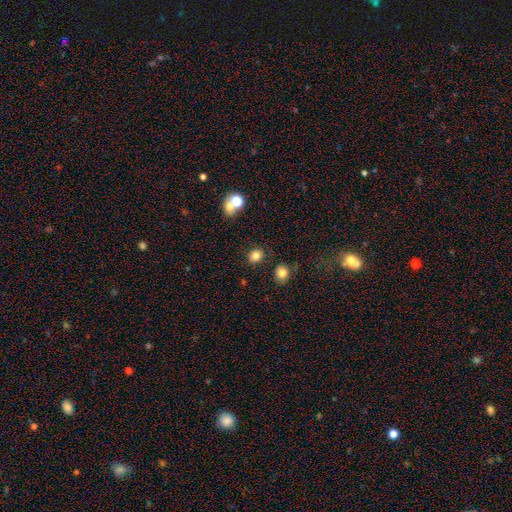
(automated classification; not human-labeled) A smooth galaxy with no disk features (81%) that is round (68%).

Vote fractions:
- Smooth or featured? smooth: 81% / star or artifact: 13% / featured or disk: 6%
- How rounded? round: 68% / in between: 31% / cigar-shaped: 1%
- Merging? none: 83% / minor disturbance: 9% / merger: 5% / major disturbance: 3%